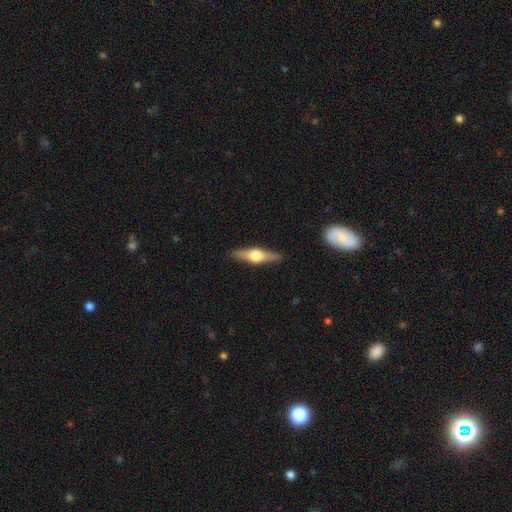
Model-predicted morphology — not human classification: This is likely a featured or disk galaxy (67%). It is clearly viewed edge-on (96%). Edge-on bulge: clearly rounded (94%). Merging: clearly none (90%).